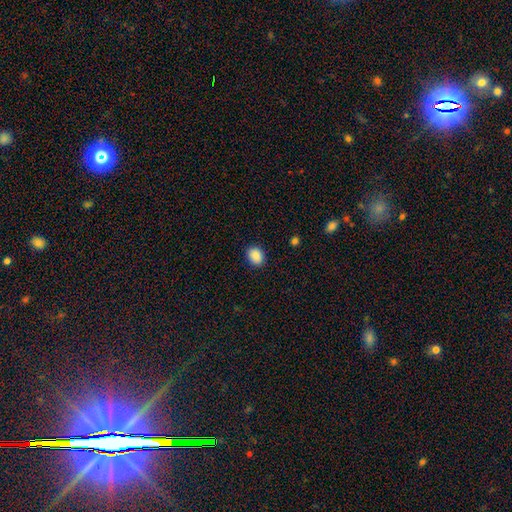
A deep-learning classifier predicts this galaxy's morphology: smooth_or_featured: smooth (p=0.88) [alt: star or artifact p=0.08]
how_rounded: in between (p=0.63) [alt: round p=0.36]
merging: none (p=0.89) [alt: minor disturbance p=0.08]